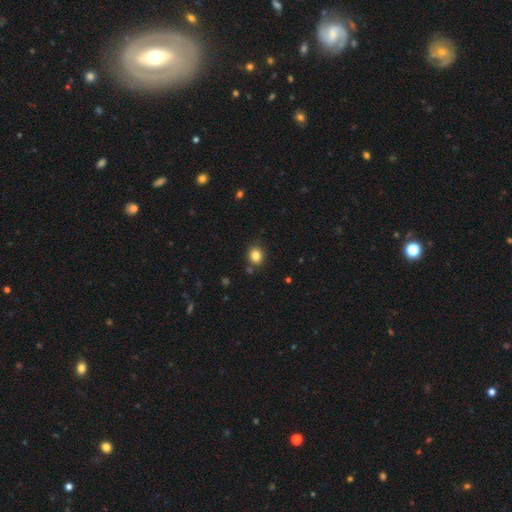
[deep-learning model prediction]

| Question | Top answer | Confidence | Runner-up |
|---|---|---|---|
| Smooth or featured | smooth | 83% | star or artifact (11%) |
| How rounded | round | 70% | in between (29%) |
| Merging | none | 81% | minor disturbance (11%) |